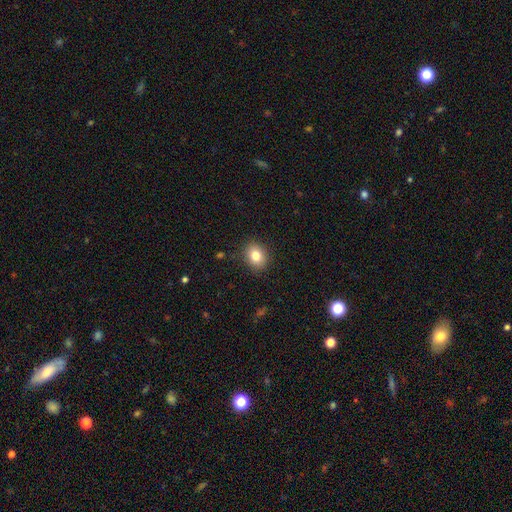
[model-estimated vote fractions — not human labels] Smooth or featured? Predicted: smooth (p=0.82). How rounded? Predicted: round (p=0.50). Merging? Predicted: none (p=0.88).